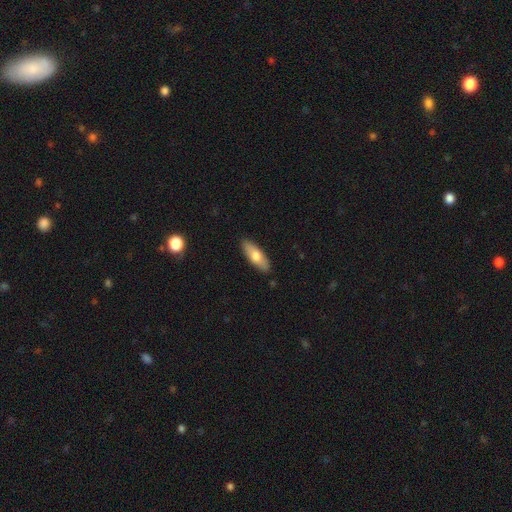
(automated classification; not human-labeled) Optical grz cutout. It shows a smooth galaxy with no disk features (69%) that is in between round and cigar-shaped (66%). Merging: none (88%).